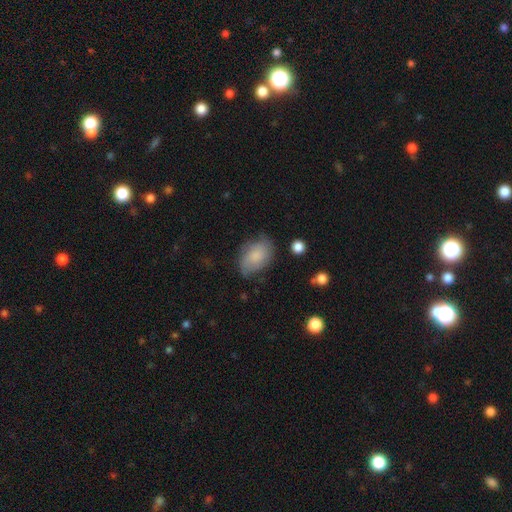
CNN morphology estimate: Smooth or featured? Predicted: smooth (p=0.68). How rounded? Predicted: in between (p=0.86). Merging? Predicted: none (p=0.62).